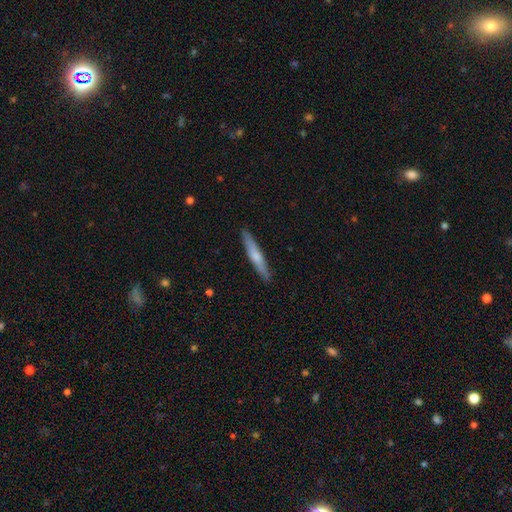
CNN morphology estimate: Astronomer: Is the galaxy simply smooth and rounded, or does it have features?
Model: smooth — 58% (runner-up: featured or disk, 37%).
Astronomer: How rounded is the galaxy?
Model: cigar-shaped — 94%.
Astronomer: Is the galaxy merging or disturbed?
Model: none — 91%.